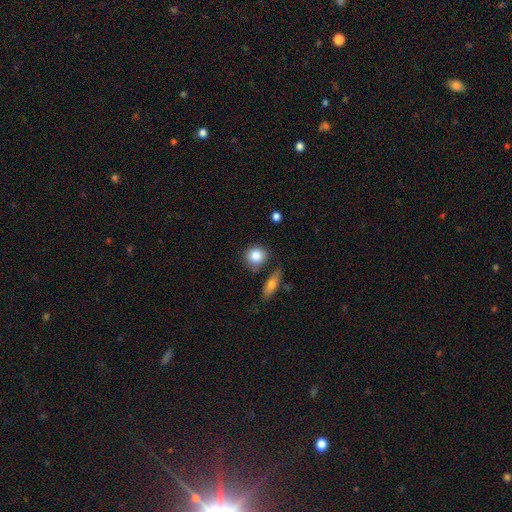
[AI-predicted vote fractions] Smooth or featured: smooth — 84% (featured or disk — 8%)
How rounded: round — 80% (in between — 18%)
Merging: none — 70% (minor disturbance — 16%)